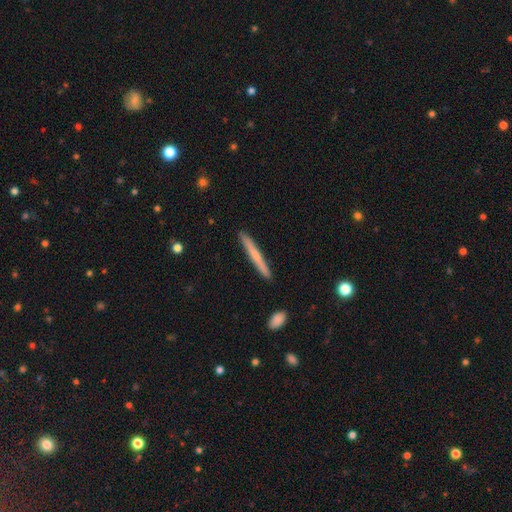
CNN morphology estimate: Smooth or featured? Predicted: smooth (p=0.55). How rounded? Predicted: cigar-shaped (p=0.96). Merging? Predicted: none (p=0.91).